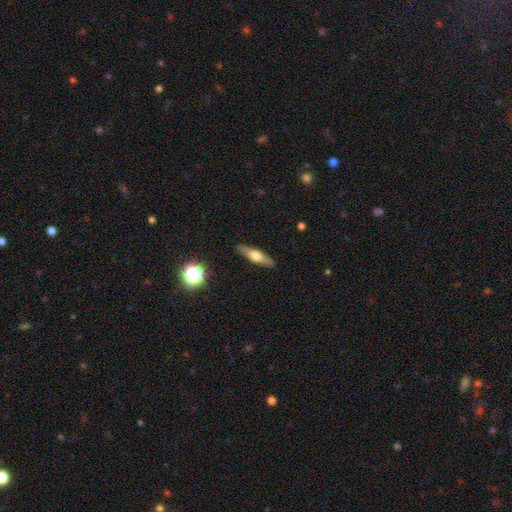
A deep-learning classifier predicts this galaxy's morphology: Smooth or featured? featured or disk (48%)
Merging? none (88%)